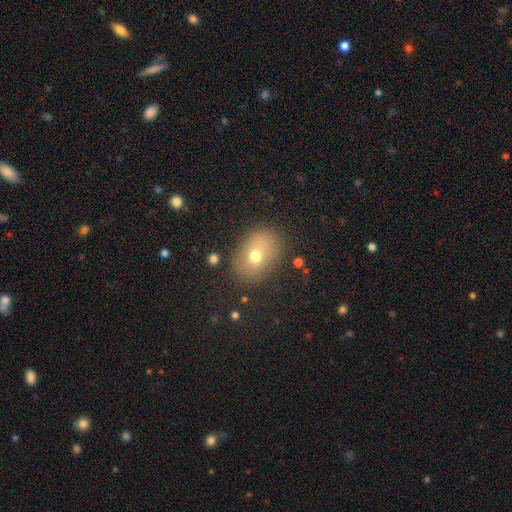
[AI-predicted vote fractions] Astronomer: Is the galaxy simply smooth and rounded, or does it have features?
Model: smooth — 69%.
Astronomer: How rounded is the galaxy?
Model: in between — 69%.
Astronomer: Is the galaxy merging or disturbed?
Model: none — 81%.